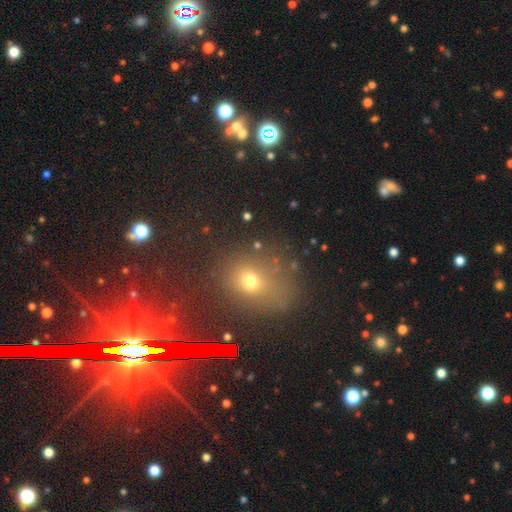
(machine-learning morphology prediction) Overall: star or artifact (47%; smooth 38%).